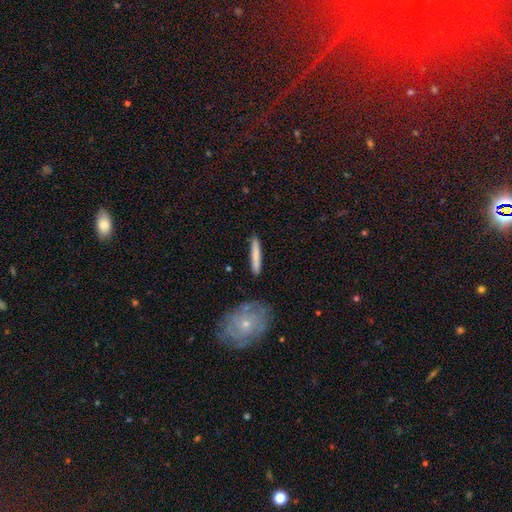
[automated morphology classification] A smooth galaxy with no disk features (73%) that is cigar-shaped (94%). Merging: none (86%).